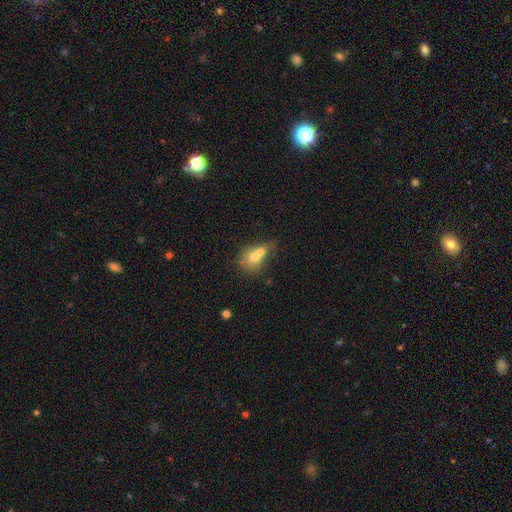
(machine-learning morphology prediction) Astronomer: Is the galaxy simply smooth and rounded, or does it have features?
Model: smooth — 66%.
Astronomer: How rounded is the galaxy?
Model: round — 61% (runner-up: in between, 37%).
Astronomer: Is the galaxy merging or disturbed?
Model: merger — 68%.